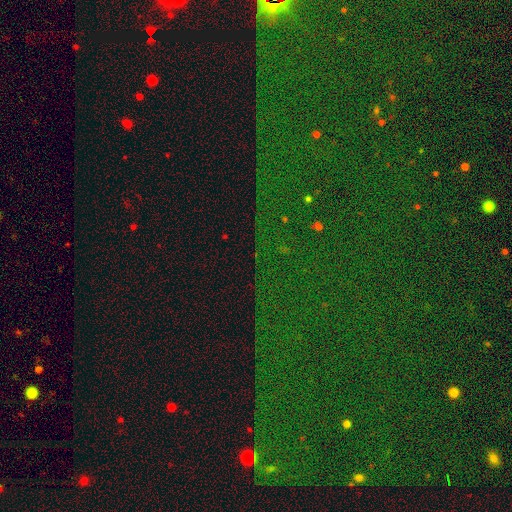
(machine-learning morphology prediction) type=star or artifact (84%).